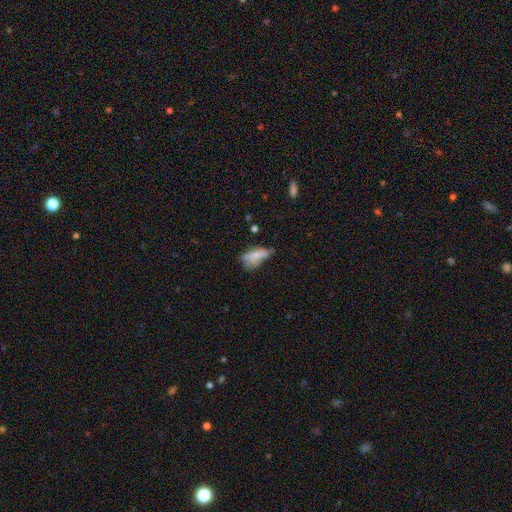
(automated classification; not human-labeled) smooth-or-featured: smooth: 67% | featured or disk: 22% | star or artifact: 11%
  how-rounded: in between: 82% | cigar-shaped: 13% | round: 4%
  merging: minor disturbance: 34% | none: 32% | major disturbance: 27% | merger: 7%